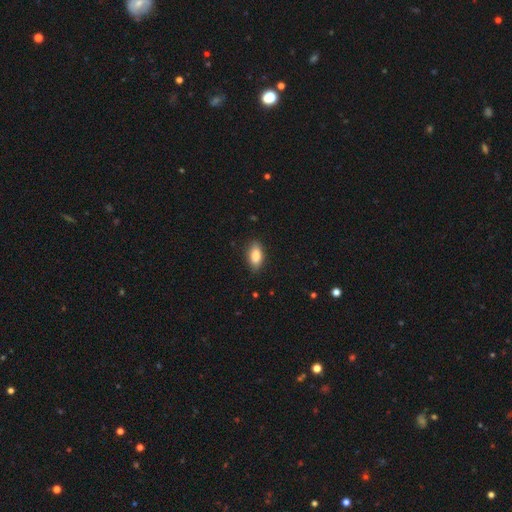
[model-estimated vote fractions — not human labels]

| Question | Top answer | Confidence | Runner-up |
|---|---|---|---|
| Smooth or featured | smooth | 84% | featured or disk (9%) |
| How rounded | in between | 89% | cigar-shaped (7%) |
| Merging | none | 85% | minor disturbance (12%) |